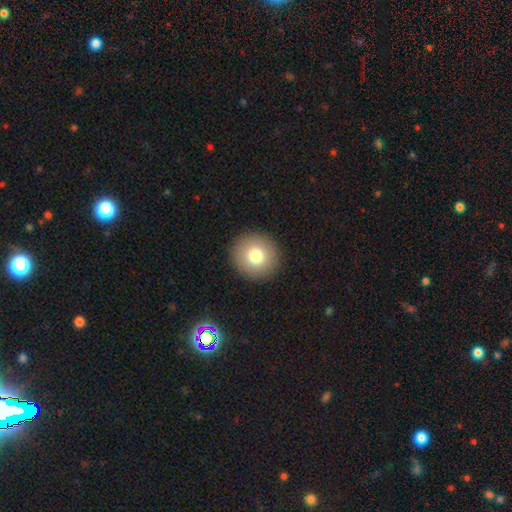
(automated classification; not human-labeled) This appears to be a smooth galaxy with no disk features (78%) that is round (94%). Merging: none (93%).